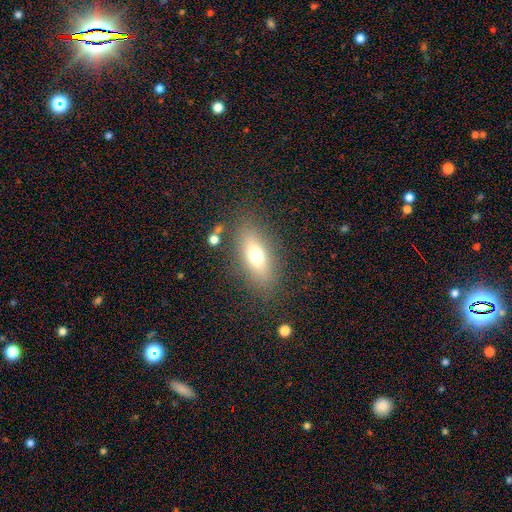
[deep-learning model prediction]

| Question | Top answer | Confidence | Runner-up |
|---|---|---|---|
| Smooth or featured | smooth | 66% | featured or disk (24%) |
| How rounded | in between | 72% | cigar-shaped (21%) |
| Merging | none | 83% | minor disturbance (11%) |